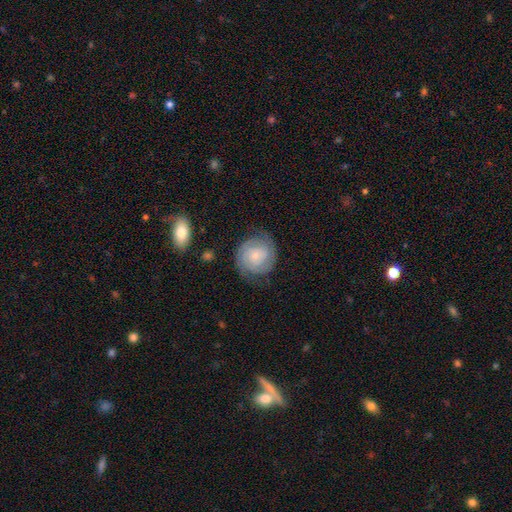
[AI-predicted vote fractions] This appears to be a featured or disk galaxy (72%) with no bar (71%), 2 (62%) tight (71%) spiral arms (94%) and a small central bulge (69%). Merging: none (77%).